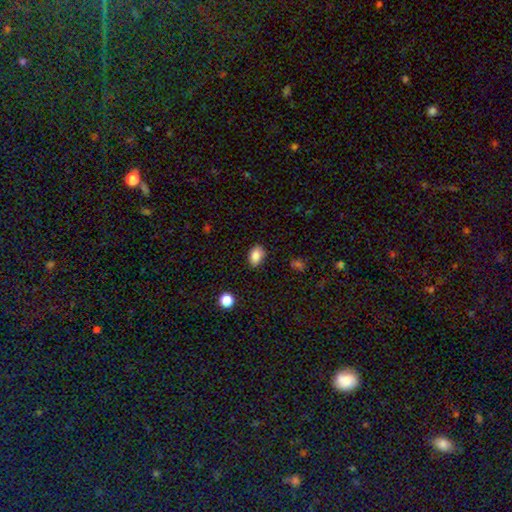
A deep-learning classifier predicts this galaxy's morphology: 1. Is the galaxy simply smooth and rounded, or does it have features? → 86% smooth, 9% star or artifact, 5% featured or disk.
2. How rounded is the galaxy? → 83% in between, 15% round, 1% cigar-shaped.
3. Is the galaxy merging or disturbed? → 82% none, 14% minor disturbance, 3% major disturbance, 2% merger.